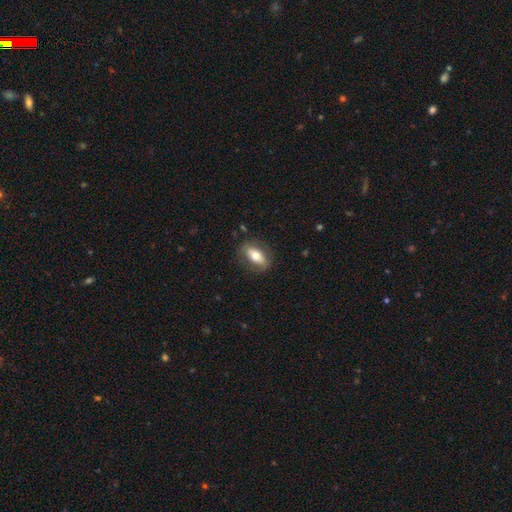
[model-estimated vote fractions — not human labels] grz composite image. It shows a smooth galaxy with no disk features (64%) that is in between round and cigar-shaped (83%). Merging: none (80%).